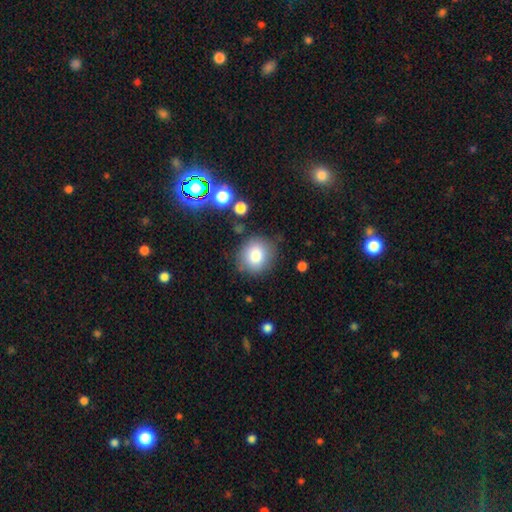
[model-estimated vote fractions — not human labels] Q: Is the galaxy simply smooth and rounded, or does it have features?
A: smooth — 81%.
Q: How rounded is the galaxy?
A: round — 82%.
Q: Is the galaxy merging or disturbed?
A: none — 81%.